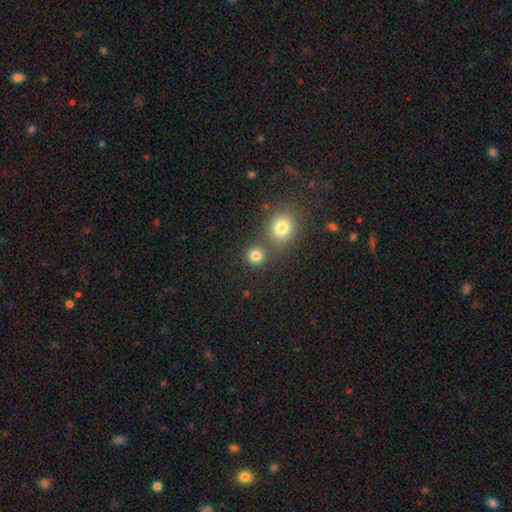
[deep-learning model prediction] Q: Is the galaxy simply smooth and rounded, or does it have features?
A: smooth — 81%.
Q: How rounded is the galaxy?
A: round — 90%.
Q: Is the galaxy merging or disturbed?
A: none — 73%.